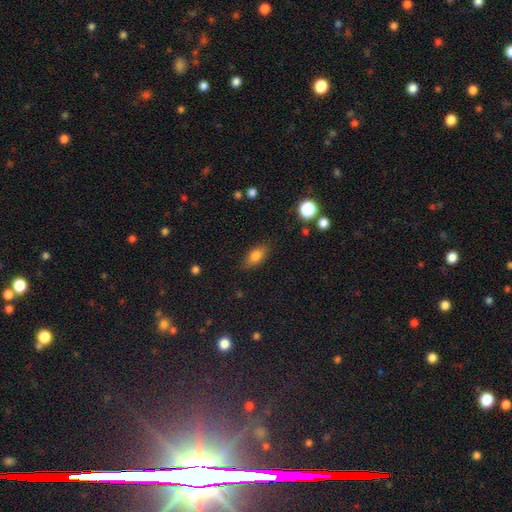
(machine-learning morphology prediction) Q: Smooth or featured?
A: smooth (79%); runner-up: featured or disk (11%)
Q: How rounded?
A: in between (84%); runner-up: cigar-shaped (9%)
Q: Merging?
A: none (83%); runner-up: minor disturbance (13%)